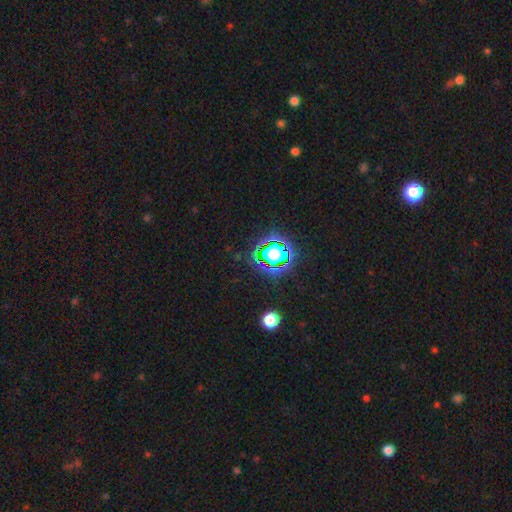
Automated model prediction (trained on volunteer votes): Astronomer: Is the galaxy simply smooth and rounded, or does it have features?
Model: star or artifact — 79%.